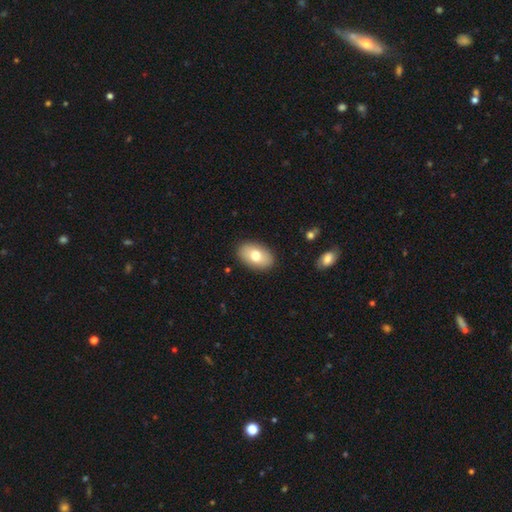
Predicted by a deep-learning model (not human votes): Q: Smooth or featured?
A: smooth (75%); runner-up: featured or disk (18%)
Q: How rounded?
A: in between (91%); runner-up: round (8%)
Q: Merging?
A: none (88%); runner-up: minor disturbance (8%)